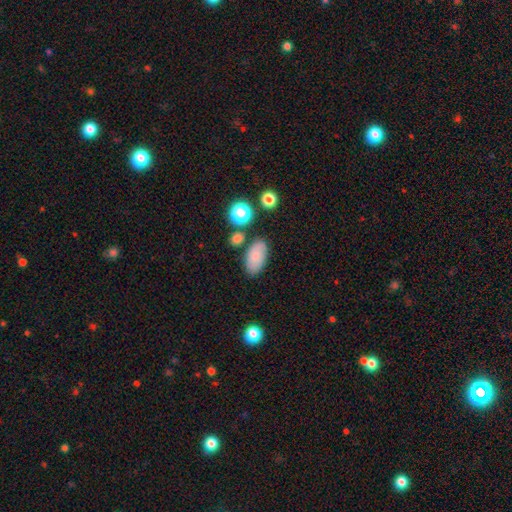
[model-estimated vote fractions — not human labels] Smooth or featured: smooth — 82% (star or artifact — 9%)
How rounded: in between — 93% (round — 5%)
Merging: none — 76% (minor disturbance — 13%)